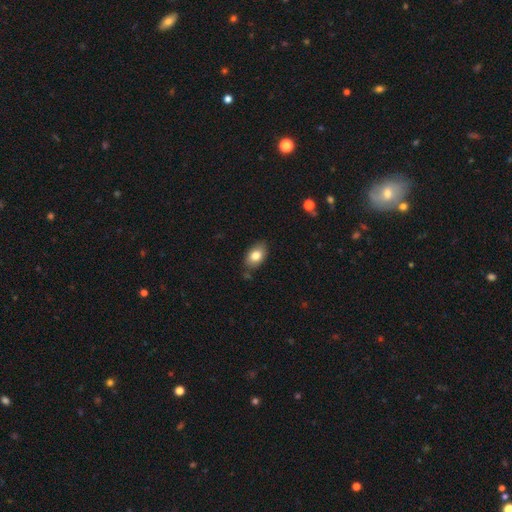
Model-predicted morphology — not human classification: This is clearly a smooth galaxy (81%). How rounded: clearly in between (89%). Merging: likely none (79%).